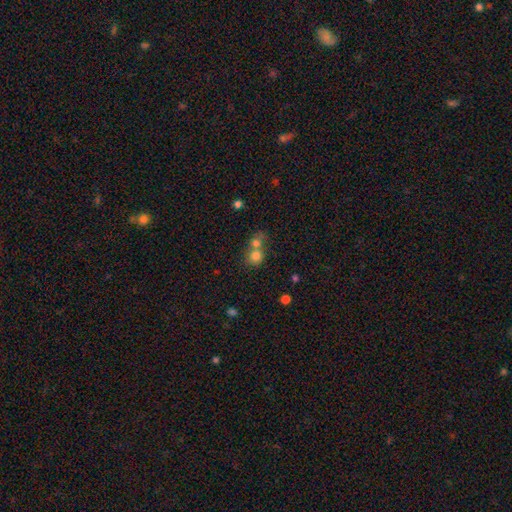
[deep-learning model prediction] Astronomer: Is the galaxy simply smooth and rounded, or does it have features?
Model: smooth — 76%.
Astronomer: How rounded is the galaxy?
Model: round — 82%.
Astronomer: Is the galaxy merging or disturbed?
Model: merger — 57% (runner-up: none, 34%).